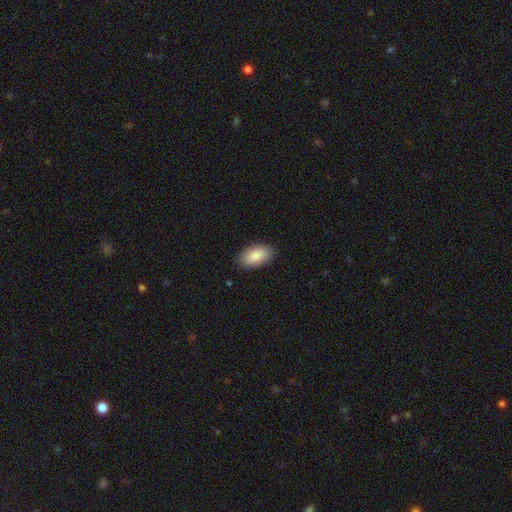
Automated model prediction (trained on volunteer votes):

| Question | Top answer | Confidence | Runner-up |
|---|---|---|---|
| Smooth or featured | smooth | 87% | featured or disk (8%) |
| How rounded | in between | 94% | round (3%) |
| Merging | none | 87% | minor disturbance (10%) |